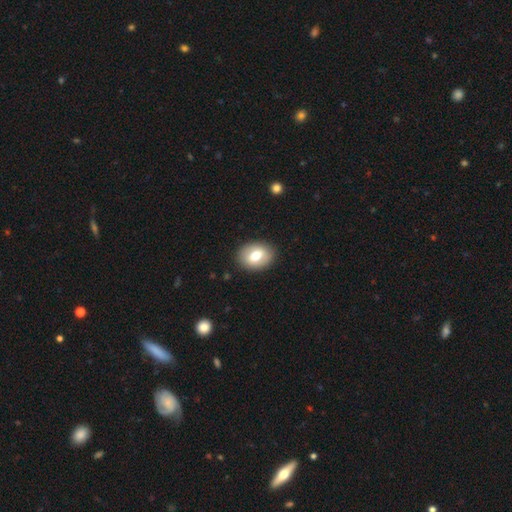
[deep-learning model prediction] Overall: smooth (69%). How rounded: in between (66%; round 33%). Merging: none (88%).